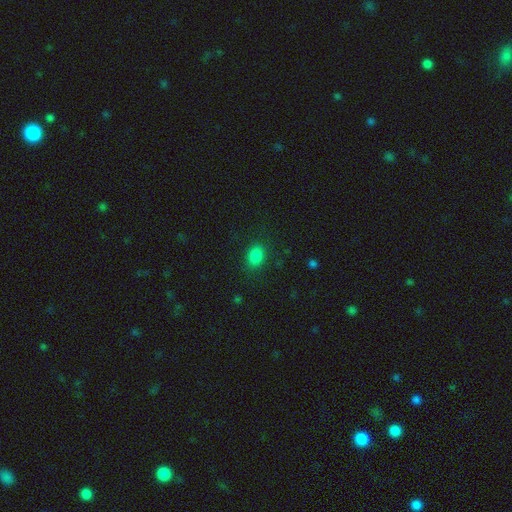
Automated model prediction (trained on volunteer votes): smooth_or_featured: smooth (p=0.84) [alt: star or artifact p=0.12]
how_rounded: in between (p=0.66) [alt: round p=0.32]
merging: none (p=0.84) [alt: minor disturbance p=0.11]